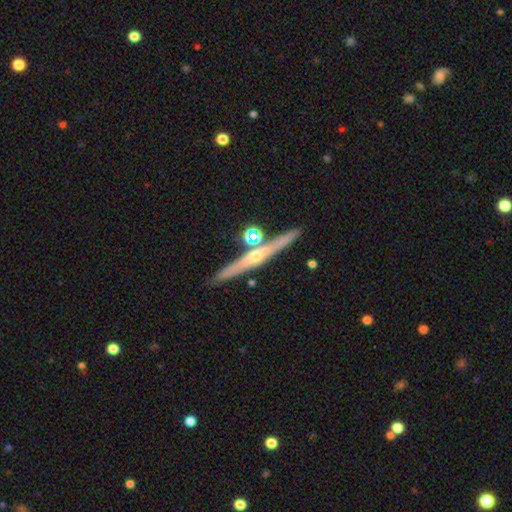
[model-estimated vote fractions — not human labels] A featured or disk galaxy (70%) viewed edge-on (96%) with a rounded central bulge (82%). Merging: none (78%).